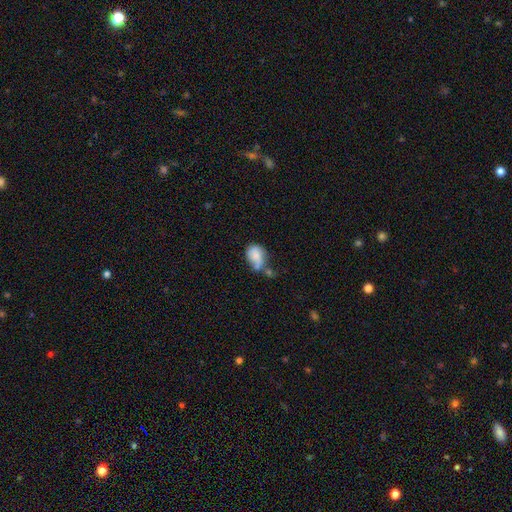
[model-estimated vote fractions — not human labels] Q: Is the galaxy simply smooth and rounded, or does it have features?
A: smooth — 68%.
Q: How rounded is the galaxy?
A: in between — 71%.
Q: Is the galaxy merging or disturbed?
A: merger — 36%.